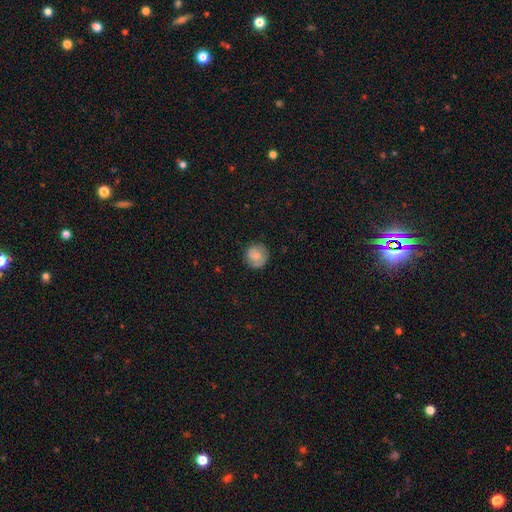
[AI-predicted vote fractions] Smooth or featured? Predicted: smooth (p=0.72). How rounded? Predicted: round (p=0.92). Merging? Predicted: none (p=0.83).